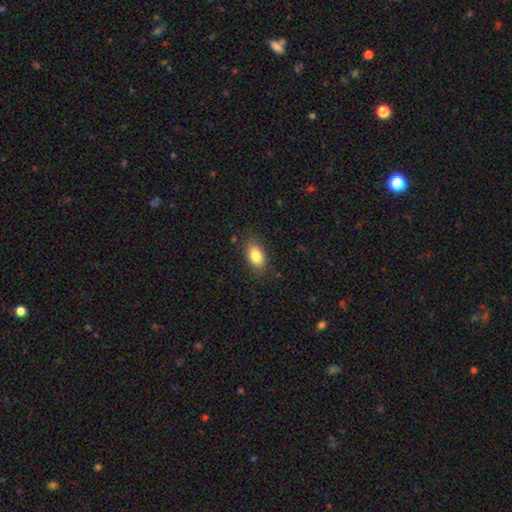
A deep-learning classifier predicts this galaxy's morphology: This appears to be a smooth galaxy with no disk features (84%) that is in between round and cigar-shaped (88%). Merging: none (84%).